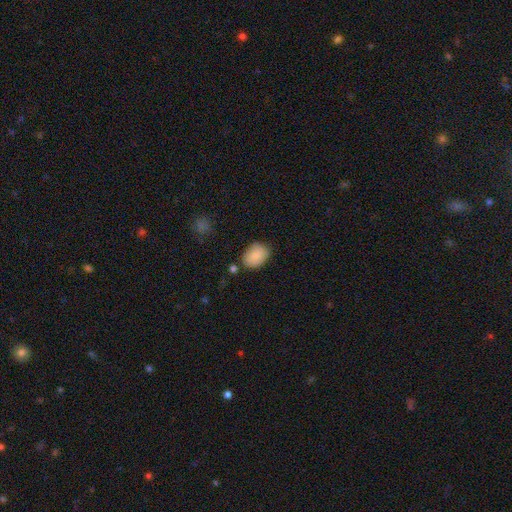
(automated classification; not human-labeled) Smooth or featured? Predicted: smooth (p=0.87). How rounded? Predicted: in between (p=0.81). Merging? Predicted: none (p=0.74).